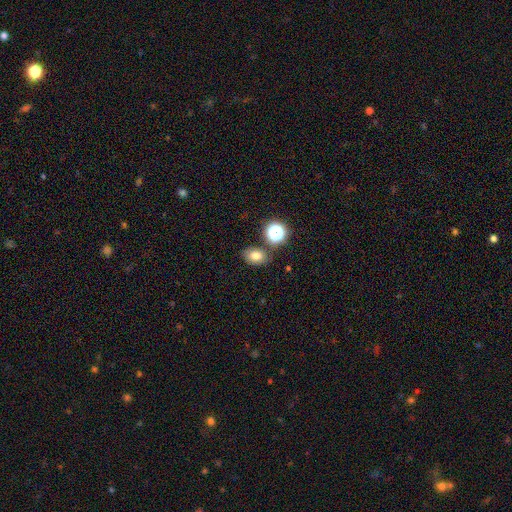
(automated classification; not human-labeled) Smooth or featured?
  - smooth: 76% *
  - star or artifact: 15%
  - featured or disk: 9%
How rounded?
  - in between: 66% *
  - round: 33%
  - cigar-shaped: 1%
Merging?
  - none: 77% *
  - minor disturbance: 11%
  - merger: 8%
  - major disturbance: 3%